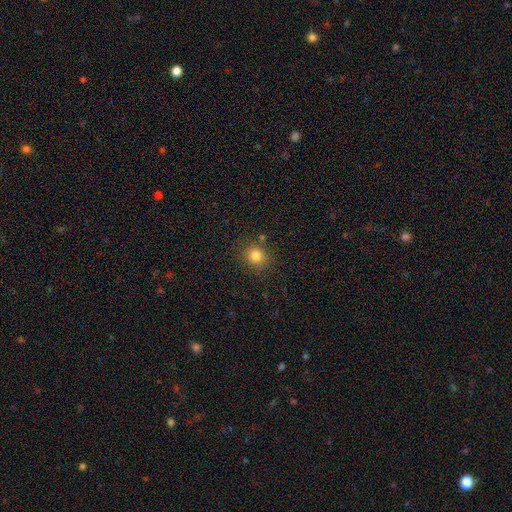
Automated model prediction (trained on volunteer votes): Smooth or featured? Predicted: smooth (p=0.81). How rounded? Predicted: round (p=0.81). Merging? Predicted: none (p=0.80).